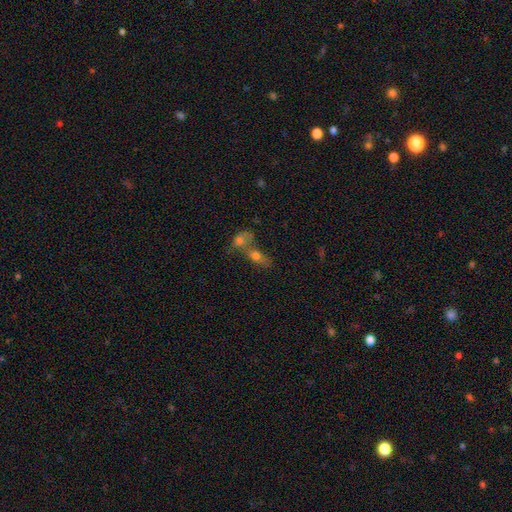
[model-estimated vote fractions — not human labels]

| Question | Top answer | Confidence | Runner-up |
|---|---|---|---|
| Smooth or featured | smooth | 62% | featured or disk (24%) |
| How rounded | in between | 68% | round (21%) |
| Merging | merger | 66% | none (23%) |